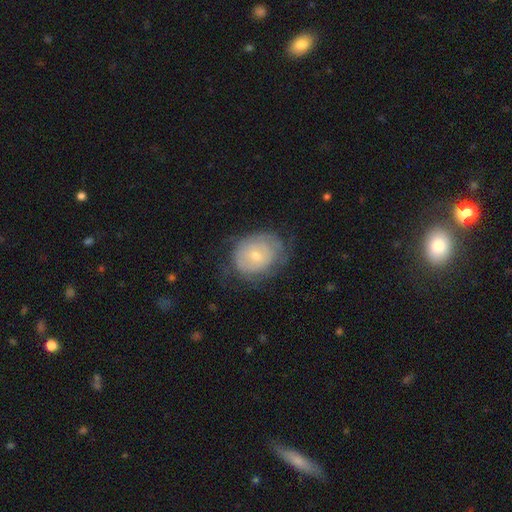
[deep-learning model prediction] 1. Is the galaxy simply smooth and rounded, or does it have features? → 48% featured or disk, 45% smooth, 8% star or artifact.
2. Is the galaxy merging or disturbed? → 62% none, 24% minor disturbance, 13% major disturbance, 1% merger.